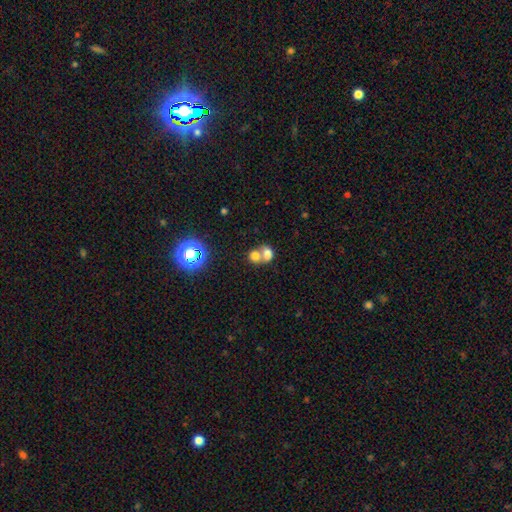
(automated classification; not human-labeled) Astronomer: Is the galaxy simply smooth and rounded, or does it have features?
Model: smooth — 70%.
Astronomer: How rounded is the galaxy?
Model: round — 58% (runner-up: in between, 41%).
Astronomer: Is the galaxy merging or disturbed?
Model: merger — 68%.